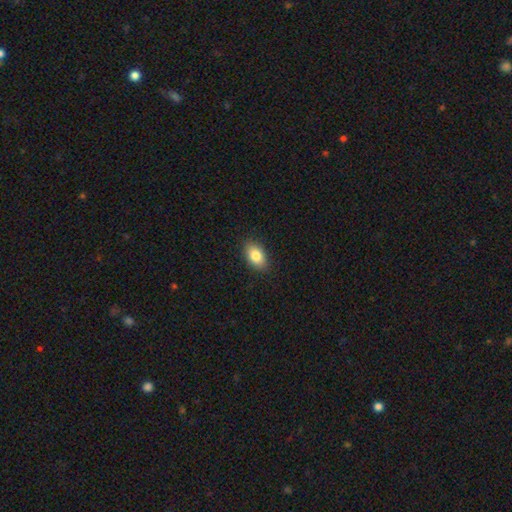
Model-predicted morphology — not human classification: Smooth or featured?
  - smooth: 83% *
  - featured or disk: 9%
  - star or artifact: 8%
How rounded?
  - in between: 89% *
  - round: 8%
  - cigar-shaped: 2%
Merging?
  - none: 88% *
  - minor disturbance: 9%
  - major disturbance: 2%
  - merger: 1%